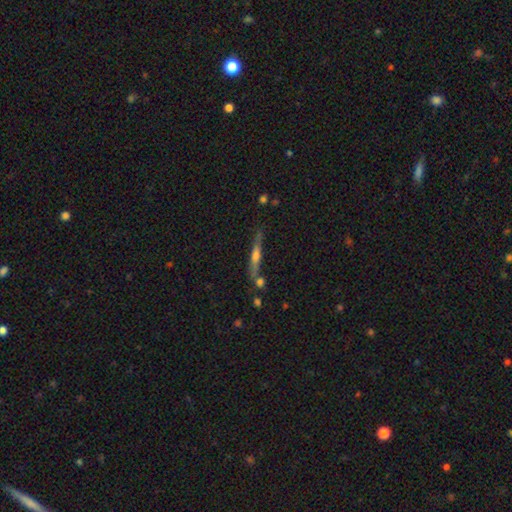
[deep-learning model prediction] The model was most divided on "smooth or featured": featured or disk: 61%, smooth: 31%, star or artifact: 8%. More confident: edge-on disk — yes (95%); edge-on bulge — rounded (78%); merging — none (74%).